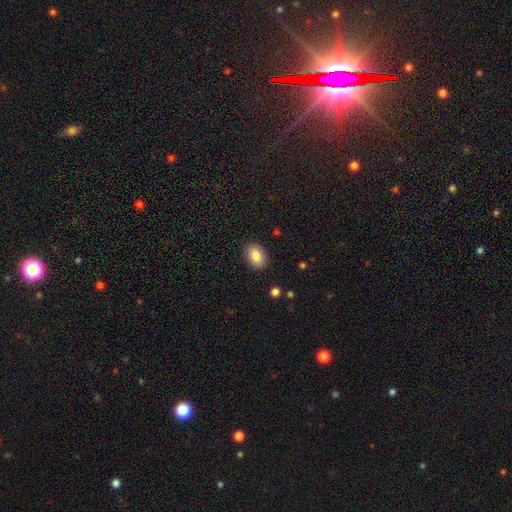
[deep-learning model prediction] A smooth galaxy with no disk features (88%) that is in between round and cigar-shaped (86%). Merging: none (88%).